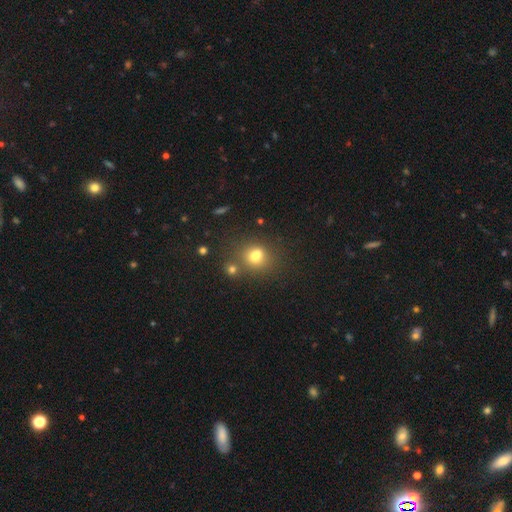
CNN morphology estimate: Smooth or featured: smooth — 75% (star or artifact — 15%)
How rounded: round — 63% (in between — 36%)
Merging: none — 60% (merger — 21%)